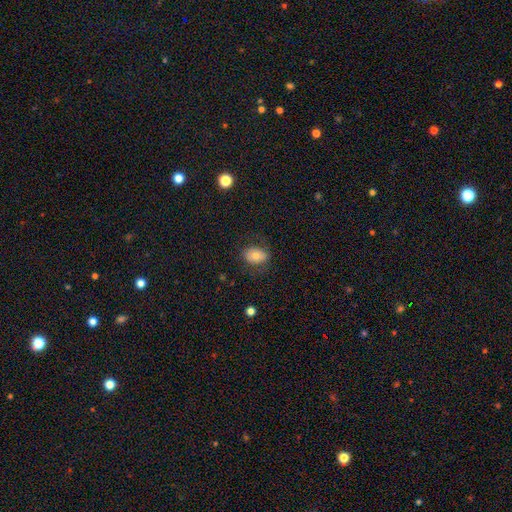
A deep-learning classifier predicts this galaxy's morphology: Smooth or featured? Predicted: smooth (p=0.73). How rounded? Predicted: in between (p=0.77). Merging? Predicted: none (p=0.75).